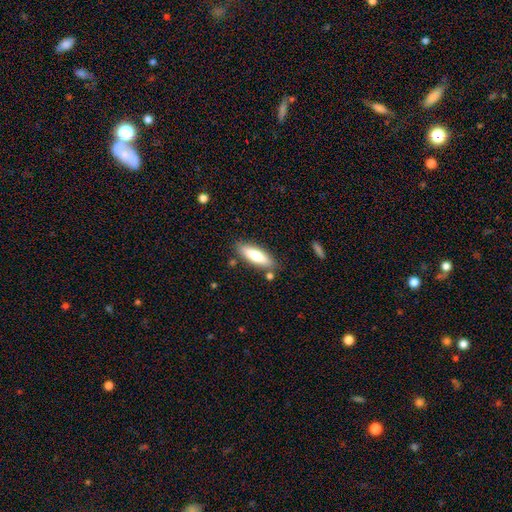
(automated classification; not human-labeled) Smooth or featured: smooth — 75% (featured or disk — 19%)
How rounded: cigar-shaped — 50% (in between — 48%)
Merging: none — 82% (minor disturbance — 12%)